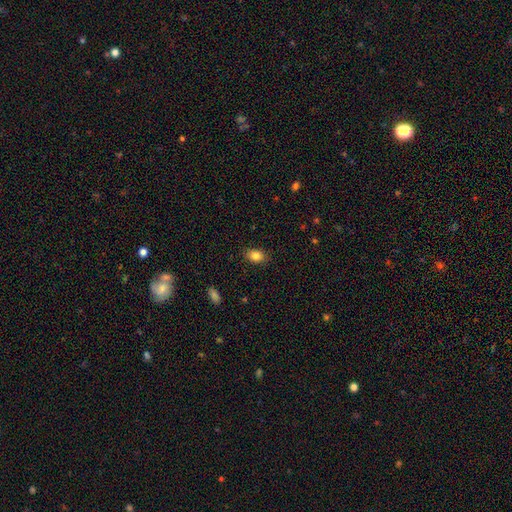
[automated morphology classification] This is clearly a smooth galaxy (85%). How rounded: likely in between (78%). Merging: clearly none (86%).